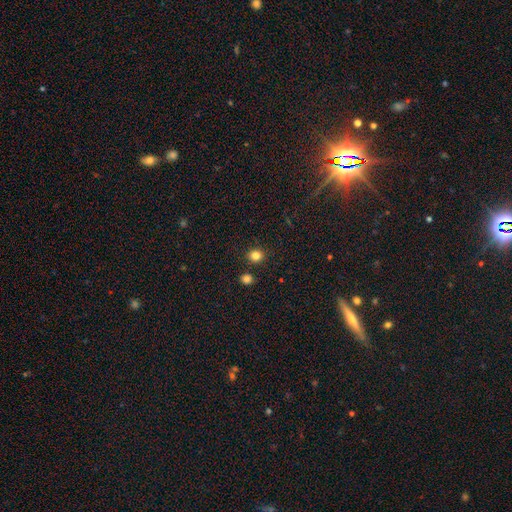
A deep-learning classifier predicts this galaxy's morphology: This is clearly a smooth galaxy (83%). How rounded: clearly round (81%). Merging: clearly none (87%).